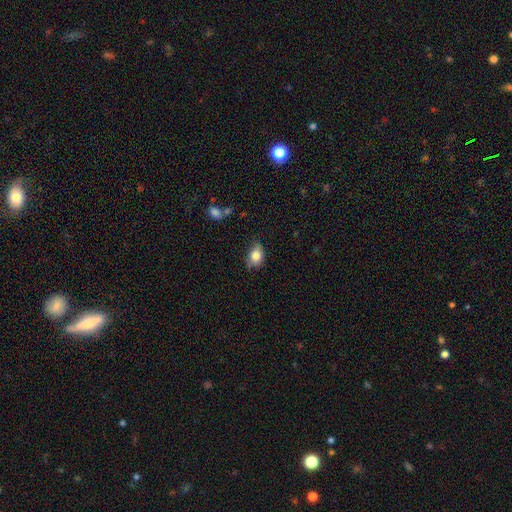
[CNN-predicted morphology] Smooth or featured?
  - smooth: 81% *
  - featured or disk: 10%
  - star or artifact: 9%
How rounded?
  - in between: 70% *
  - round: 28%
  - cigar-shaped: 1%
Merging?
  - none: 63% *
  - minor disturbance: 29%
  - major disturbance: 6%
  - merger: 2%